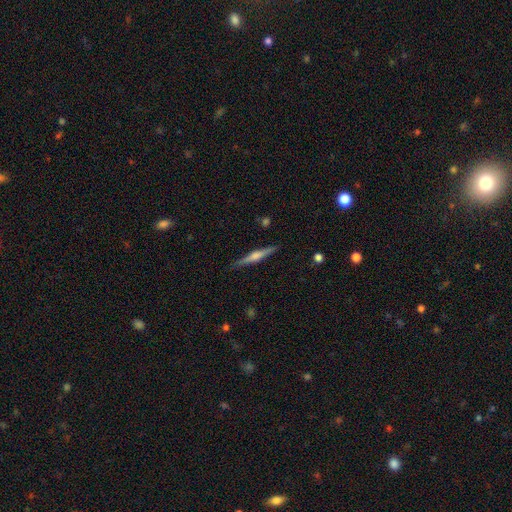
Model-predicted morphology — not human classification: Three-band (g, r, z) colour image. It shows a featured or disk galaxy (71%) viewed edge-on (98%) with a rounded central bulge (77%). Merging: none (90%).